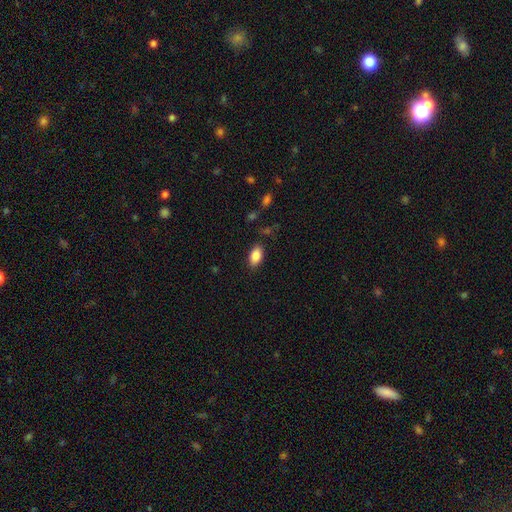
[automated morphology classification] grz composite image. It shows a smooth galaxy with no disk features (86%) that is in between round and cigar-shaped (92%). Merging: none (85%).